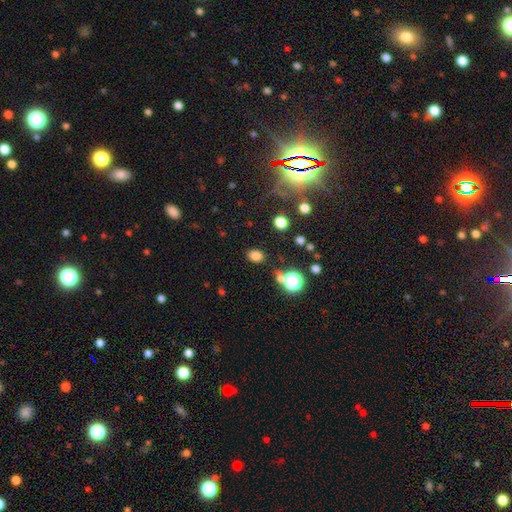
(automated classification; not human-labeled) smooth_or_featured: smooth (p=0.78) [alt: star or artifact p=0.17]
how_rounded: in between (p=0.62) [alt: round p=0.37]
merging: none (p=0.82) [alt: minor disturbance p=0.10]